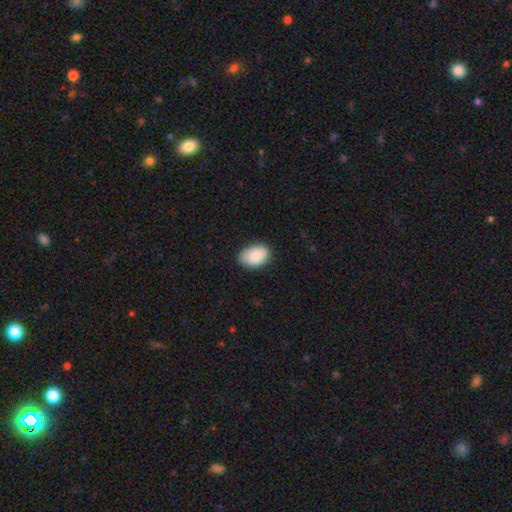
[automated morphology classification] This appears to be a smooth galaxy with no disk features (88%) that is in between round and cigar-shaped (88%). Merging: none (80%).